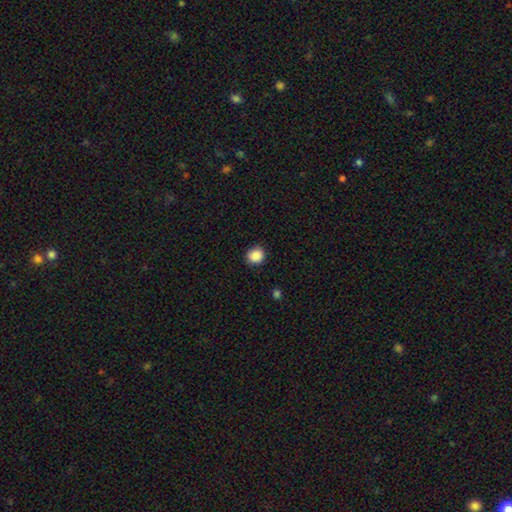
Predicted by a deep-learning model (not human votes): The model was most divided on "how rounded": round: 83%, in between: 16%, cigar-shaped: 1%. More confident: merging — none (89%); smooth or featured — smooth (89%).